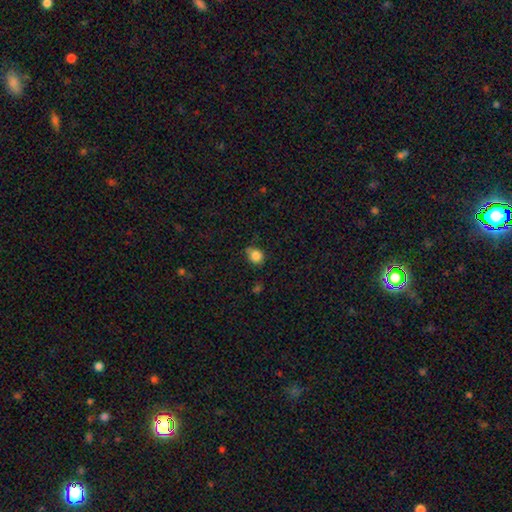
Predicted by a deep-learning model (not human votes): Smooth or featured: smooth — 83% (star or artifact — 11%)
How rounded: round — 71% (in between — 28%)
Merging: none — 59% (minor disturbance — 30%)